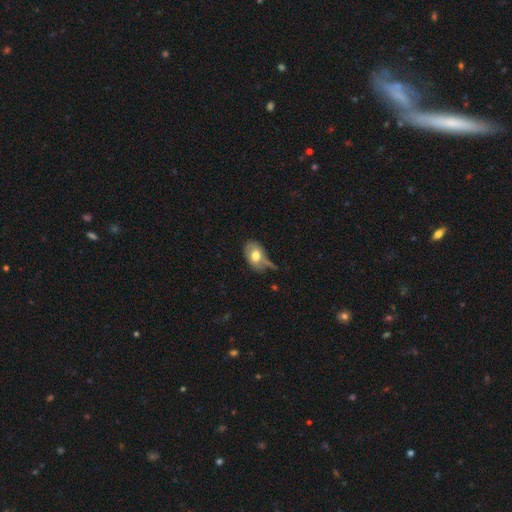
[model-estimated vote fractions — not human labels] This appears to be a smooth galaxy with no disk features (65%) that is in between round and cigar-shaped (84%). Merging: none (37%).